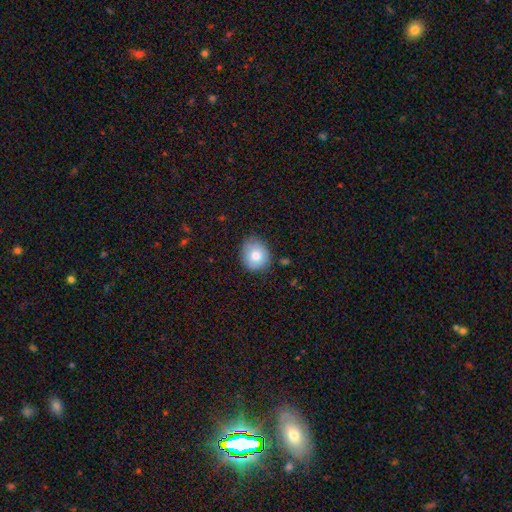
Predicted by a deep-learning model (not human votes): Smooth or featured? Predicted: smooth (p=0.79). How rounded? Predicted: round (p=0.75). Merging? Predicted: none (p=0.80).